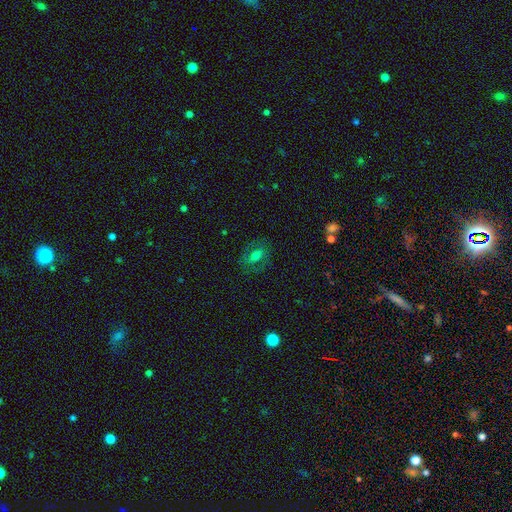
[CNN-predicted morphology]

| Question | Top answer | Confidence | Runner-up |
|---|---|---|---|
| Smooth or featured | smooth | 46% | featured or disk (42%) |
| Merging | none | 75% | minor disturbance (15%) |